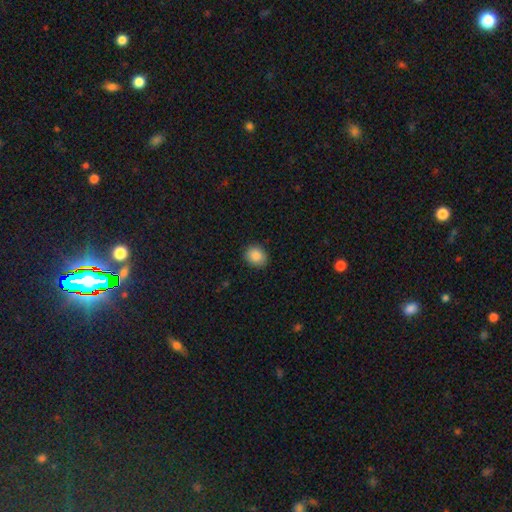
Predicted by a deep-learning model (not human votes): A smooth galaxy with no disk features (87%) that is round (62%). Merging: none (88%).